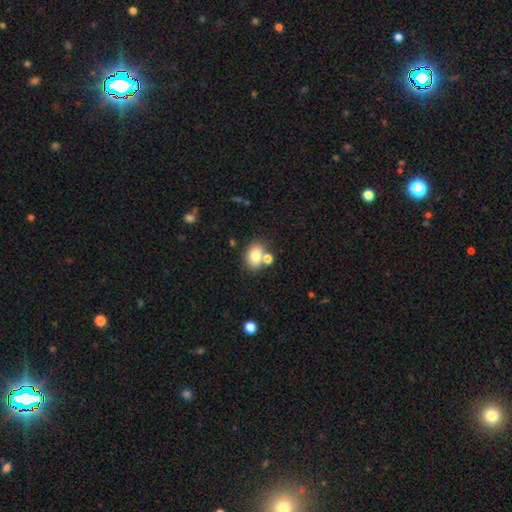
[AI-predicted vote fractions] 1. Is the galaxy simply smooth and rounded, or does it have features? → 79% smooth, 11% featured or disk, 10% star or artifact.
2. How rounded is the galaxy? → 72% in between, 27% round, 1% cigar-shaped.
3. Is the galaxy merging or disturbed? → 60% none, 25% merger, 12% minor disturbance, 4% major disturbance.